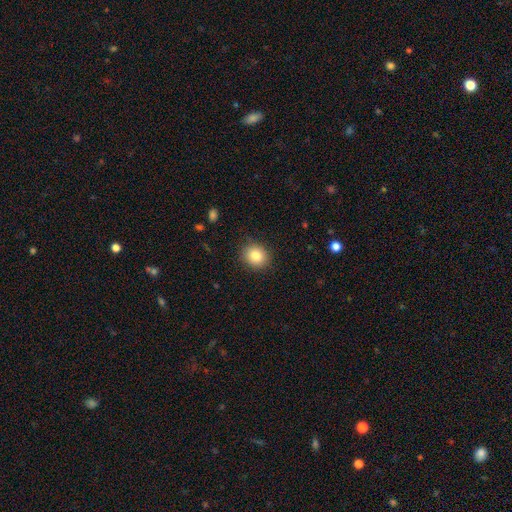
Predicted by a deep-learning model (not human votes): Morphology: type=smooth (82%); roundness=round (81%); merging=none (89%).